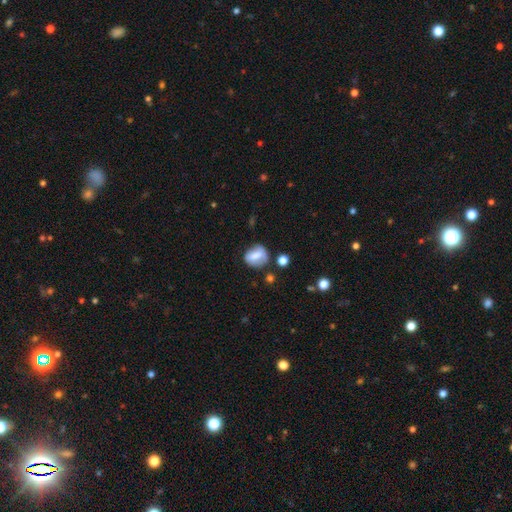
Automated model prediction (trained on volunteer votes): Q: Smooth or featured?
A: smooth (62%); runner-up: featured or disk (29%)
Q: How rounded?
A: round (60%); runner-up: in between (38%)
Q: Merging?
A: none (63%); runner-up: minor disturbance (22%)